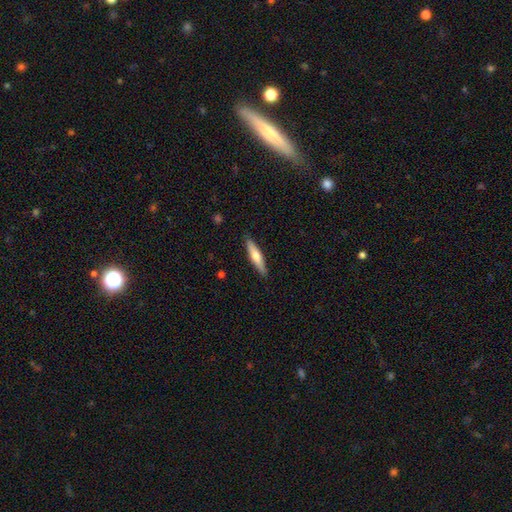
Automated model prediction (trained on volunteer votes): This is possibly a smooth galaxy (56%). How rounded: clearly cigar-shaped (84%). Merging: clearly none (89%).